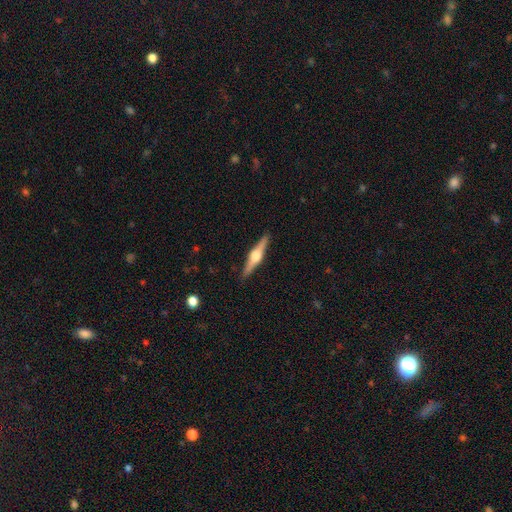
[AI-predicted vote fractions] A featured or disk galaxy (77%) viewed edge-on (98%) with a rounded central bulge (94%). Merging: none (91%).